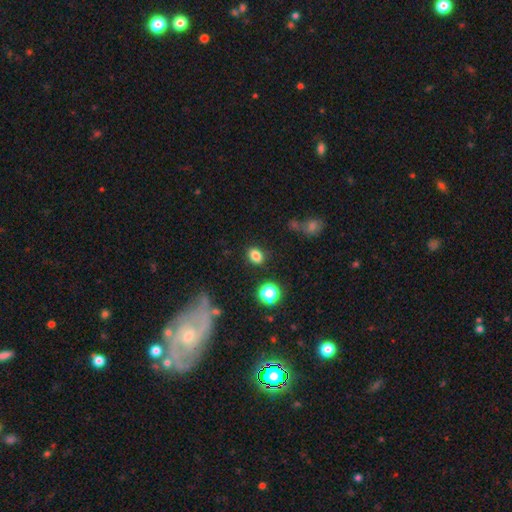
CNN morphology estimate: type=smooth (82%); roundness=in between (66%); merging=none (84%).